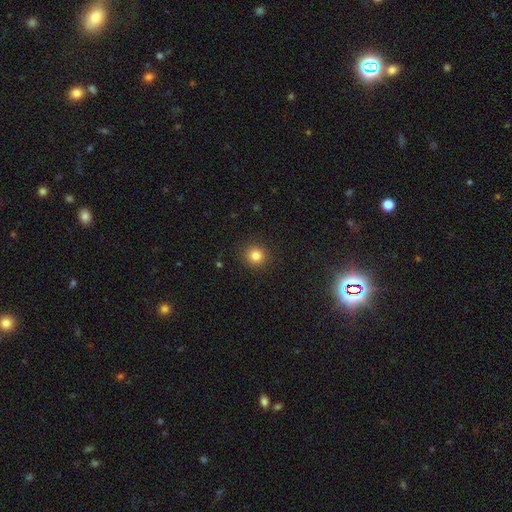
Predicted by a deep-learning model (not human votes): smooth_or_featured: smooth (p=0.83) [alt: star or artifact p=0.12]
how_rounded: round (p=0.92) [alt: in between p=0.07]
merging: none (p=0.91) [alt: minor disturbance p=0.06]